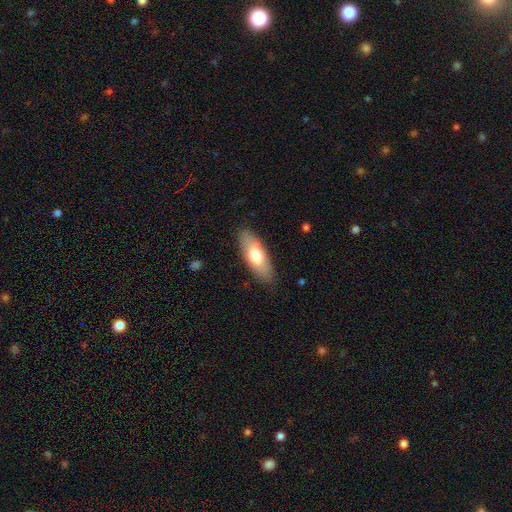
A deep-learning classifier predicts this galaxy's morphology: Smooth or featured: smooth — 70% (featured or disk — 25%)
How rounded: in between — 73% (cigar-shaped — 25%)
Merging: none — 86% (minor disturbance — 11%)